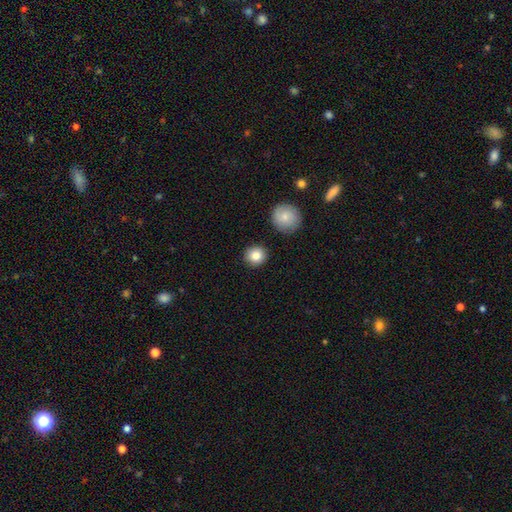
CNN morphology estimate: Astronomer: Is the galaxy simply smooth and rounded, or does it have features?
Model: smooth — 84%.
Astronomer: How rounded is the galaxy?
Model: round — 92%.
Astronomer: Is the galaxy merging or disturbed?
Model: none — 89%.